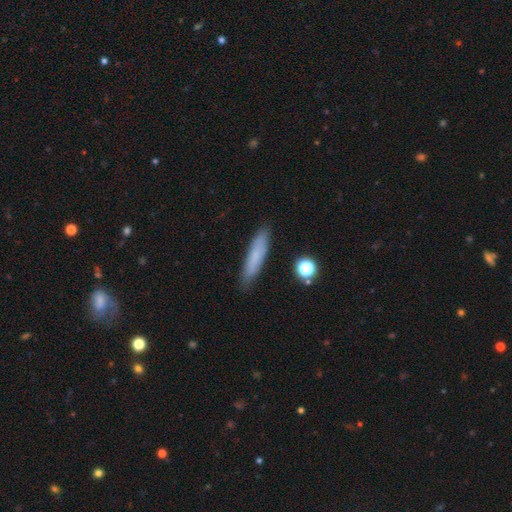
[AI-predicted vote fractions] Smooth or featured? Predicted: smooth (p=0.72). How rounded? Predicted: cigar-shaped (p=0.82). Merging? Predicted: none (p=0.85).